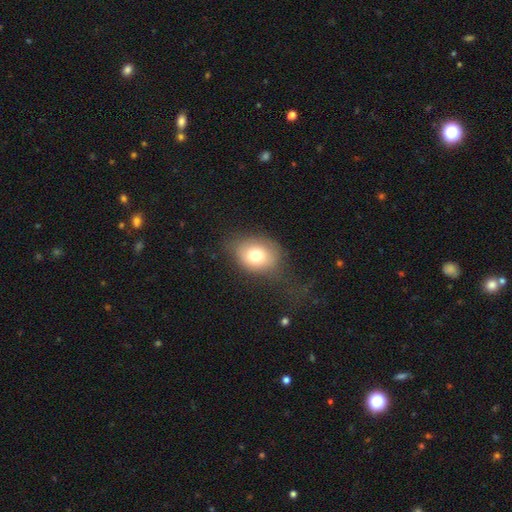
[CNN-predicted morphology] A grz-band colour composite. It shows a smooth galaxy with no disk features (73%) that is in between round and cigar-shaped (54%). Merging: none (56%).